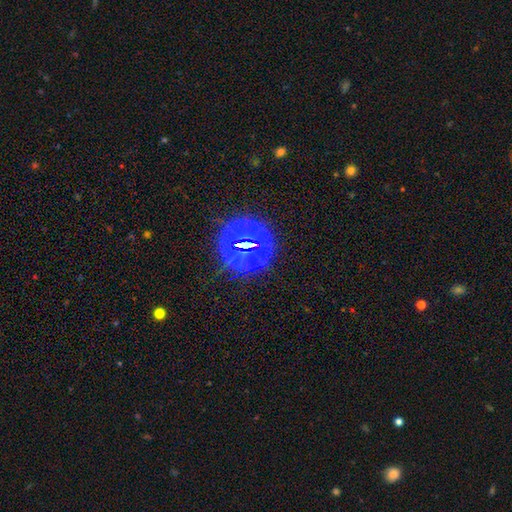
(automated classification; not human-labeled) Overall: star or artifact (79%).